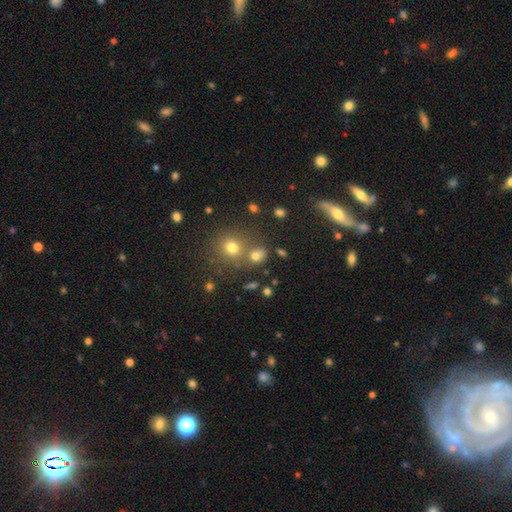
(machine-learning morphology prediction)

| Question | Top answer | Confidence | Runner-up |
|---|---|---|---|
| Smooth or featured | smooth | 70% | star or artifact (19%) |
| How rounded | round | 58% | in between (41%) |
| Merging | none | 58% | merger (26%) |